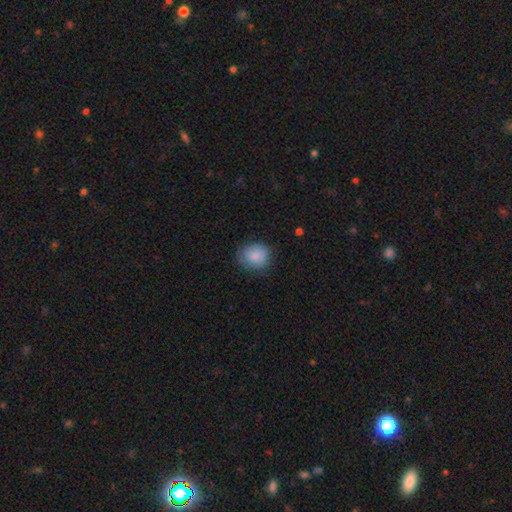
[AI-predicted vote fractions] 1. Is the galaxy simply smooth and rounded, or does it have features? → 85% smooth, 8% featured or disk, 7% star or artifact.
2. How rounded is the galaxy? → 66% round, 33% in between, 1% cigar-shaped.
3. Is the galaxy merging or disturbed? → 74% none, 20% minor disturbance, 5% major disturbance, 1% merger.